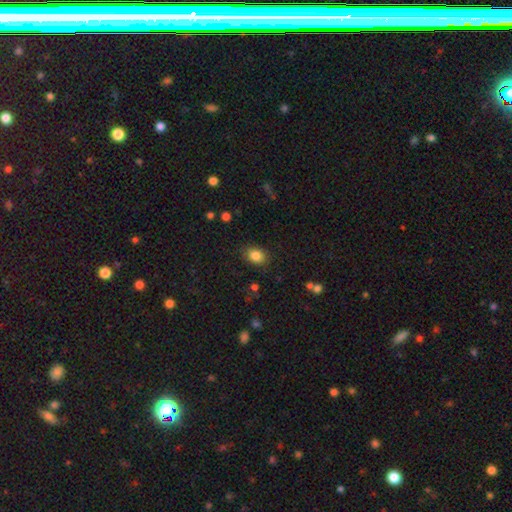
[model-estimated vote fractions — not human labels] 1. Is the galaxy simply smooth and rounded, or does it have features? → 85% smooth, 9% star or artifact, 6% featured or disk.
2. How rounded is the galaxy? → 68% in between, 31% round, 1% cigar-shaped.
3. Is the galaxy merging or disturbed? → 83% none, 12% minor disturbance, 3% major disturbance, 1% merger.